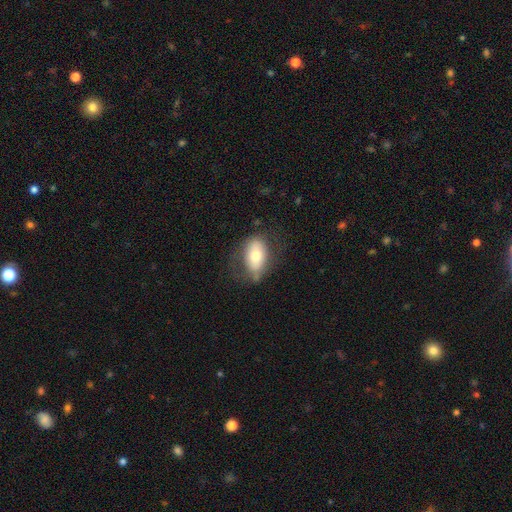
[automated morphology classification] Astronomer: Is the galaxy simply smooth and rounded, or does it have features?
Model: smooth — 66%.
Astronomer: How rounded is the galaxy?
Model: in between — 89%.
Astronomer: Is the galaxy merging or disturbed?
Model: none — 62%.